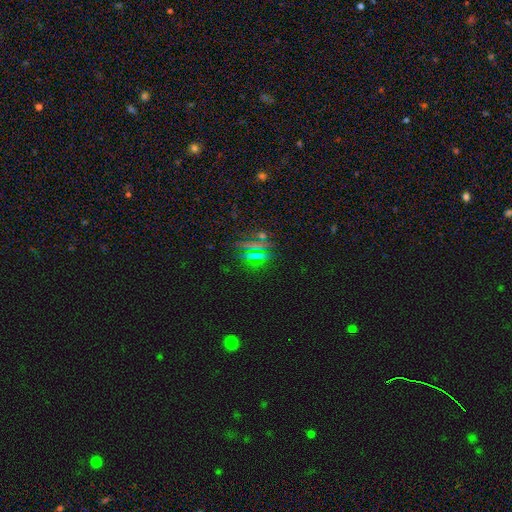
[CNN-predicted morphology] smooth-or-featured: smooth: 45% | star or artifact: 39% | featured or disk: 16%
  merging: none: 75% | minor disturbance: 12% | merger: 7% | major disturbance: 6%